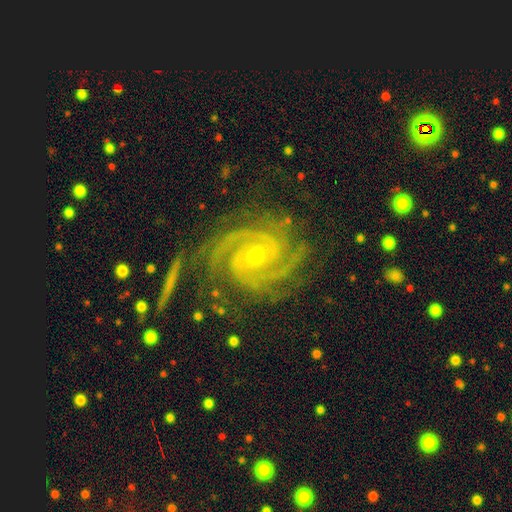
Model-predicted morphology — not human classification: smooth-or-featured: featured or disk: 92% | star or artifact: 5% | smooth: 3%
  disk-edge-on: no: 97% | yes: 3%
    bar: no: 45% | weak: 36% | strong: 19%
    has-spiral-arms: yes: 99% | no: 1%
      spiral-winding: tight: 70% | medium: 26% | loose: 4%
      spiral-arm-count: 2: 39% | 3: 27% | 4: 12% | can't tell: 9% | more than 4: 6% | 1: 6%
    bulge-size: small: 64% | moderate: 33% | large: 1% | none: 1% | dominant: 1%
  merging: none: 72% | minor disturbance: 17% | major disturbance: 8% | merger: 3%